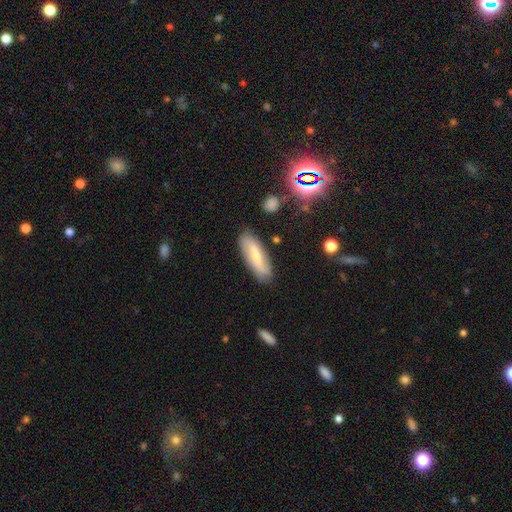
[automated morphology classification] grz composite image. It shows a smooth galaxy with no disk features (56%) that is in between round and cigar-shaped (51%). Merging: none (81%).